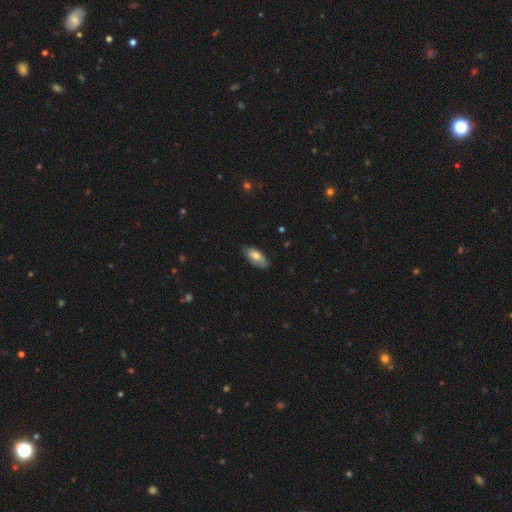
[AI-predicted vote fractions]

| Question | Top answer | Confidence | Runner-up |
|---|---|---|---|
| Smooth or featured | smooth | 72% | featured or disk (22%) |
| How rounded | in between | 85% | cigar-shaped (12%) |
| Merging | none | 75% | minor disturbance (20%) |